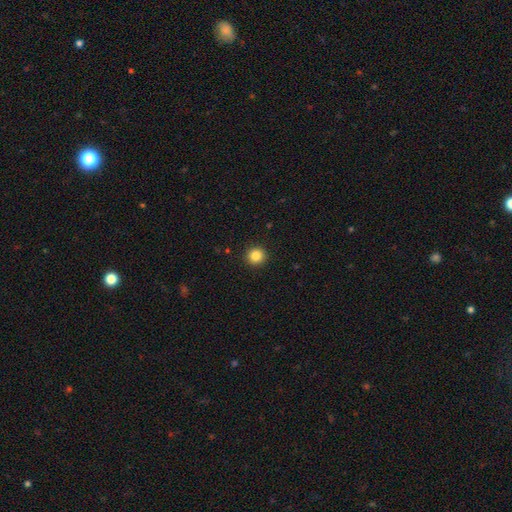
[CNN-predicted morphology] The model was most divided on "smooth or featured": smooth: 85%, star or artifact: 11%, featured or disk: 4%. More confident: how rounded — round (95%); merging — none (93%).